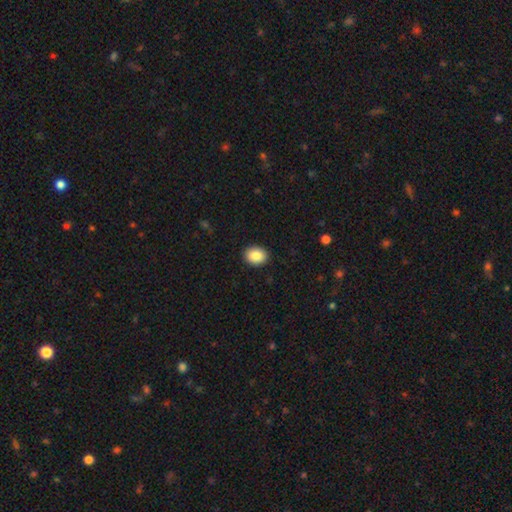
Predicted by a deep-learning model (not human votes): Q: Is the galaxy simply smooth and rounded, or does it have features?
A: smooth — 88%.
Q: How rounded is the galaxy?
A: in between — 58%.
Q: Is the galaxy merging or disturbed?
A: none — 91%.